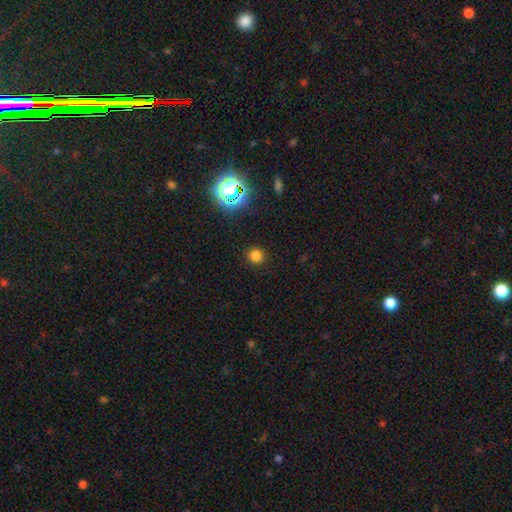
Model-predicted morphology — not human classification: smooth 77%, star or artifact 18%, featured or disk 4%. Down the decision tree: how rounded — round (91%); merging — none (90%).